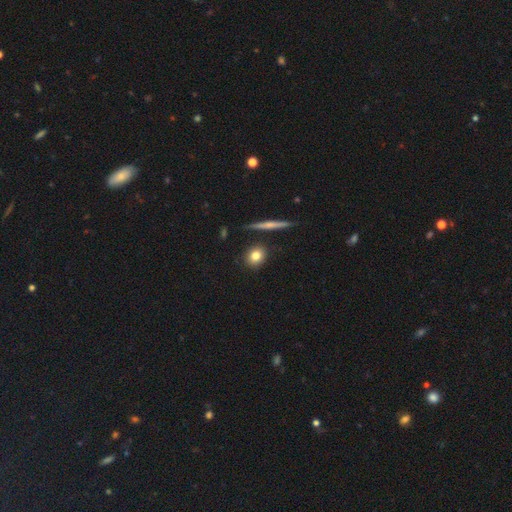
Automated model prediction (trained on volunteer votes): This is likely a smooth galaxy (80%). How rounded: likely round (67%). Merging: clearly none (85%).